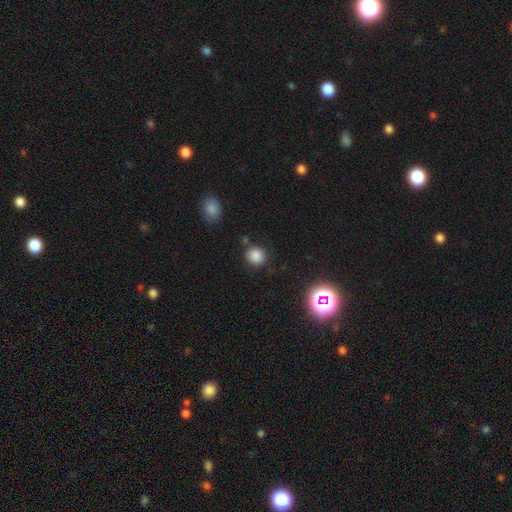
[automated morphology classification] Smooth or featured? Predicted: smooth (p=0.82). How rounded? Predicted: round (p=0.87). Merging? Predicted: none (p=0.83).